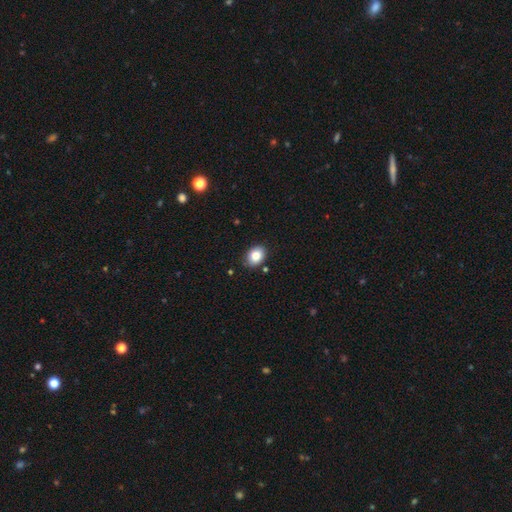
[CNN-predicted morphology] smooth_or_featured: smooth (p=0.83) [alt: star or artifact p=0.09]
how_rounded: in between (p=0.65) [alt: round p=0.34]
merging: none (p=0.85) [alt: minor disturbance p=0.11]